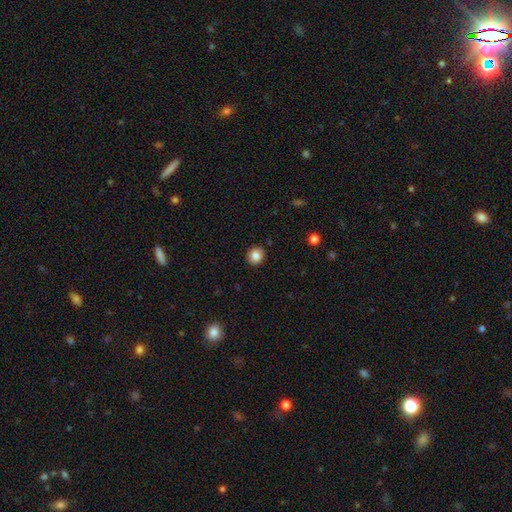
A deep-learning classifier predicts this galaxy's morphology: A smooth galaxy with no disk features (83%) that is round (86%). Merging: none (91%).